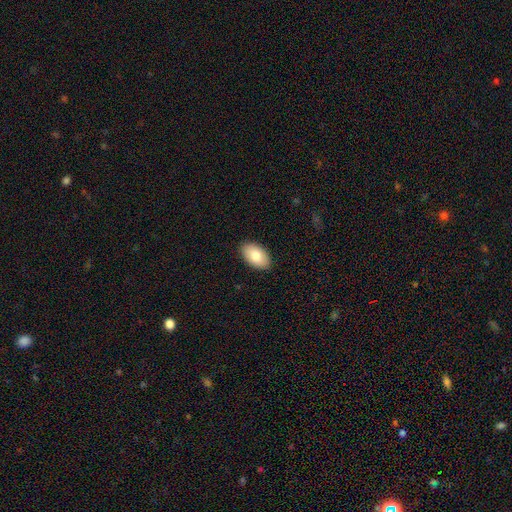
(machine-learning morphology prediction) Smooth or featured?
  - smooth: 80% *
  - featured or disk: 13%
  - star or artifact: 6%
How rounded?
  - in between: 94% *
  - round: 4%
  - cigar-shaped: 1%
Merging?
  - none: 89% *
  - minor disturbance: 8%
  - major disturbance: 2%
  - merger: 1%